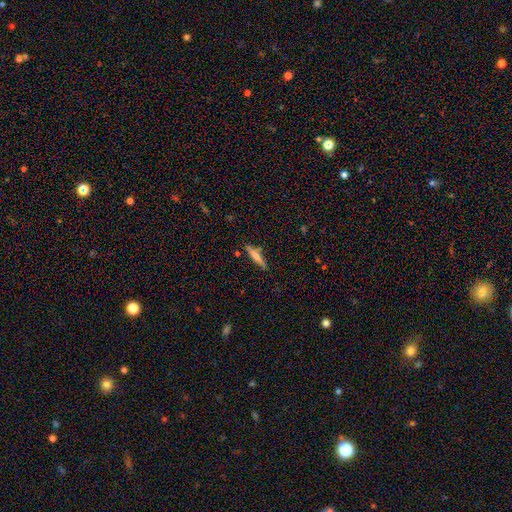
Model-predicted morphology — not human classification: smooth_or_featured: smooth (p=0.52) [alt: featured or disk p=0.40]
how_rounded: cigar-shaped (p=0.88) [alt: in between p=0.10]
merging: none (p=0.81) [alt: minor disturbance p=0.13]